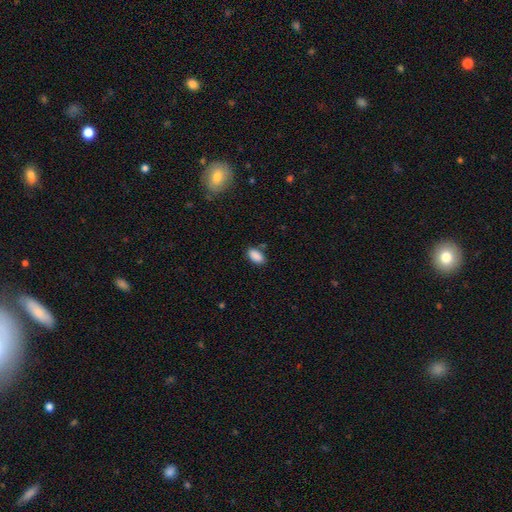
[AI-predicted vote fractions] smooth 89%, star or artifact 8%, featured or disk 3%. Down the decision tree: how rounded — in between (93%); merging — none (79%).